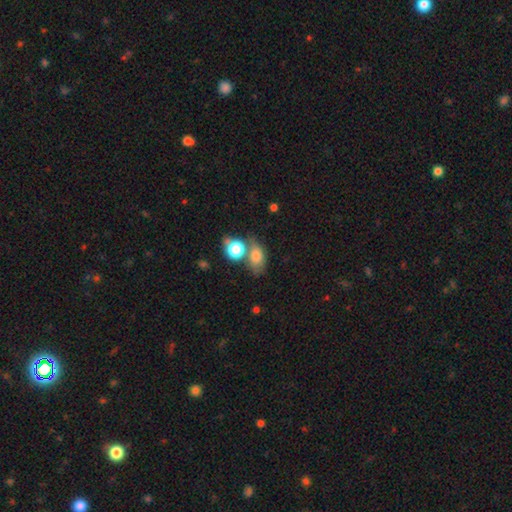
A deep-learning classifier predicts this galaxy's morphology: smooth-or-featured: smooth: 76% | featured or disk: 14% | star or artifact: 10%
  how-rounded: in between: 74% | round: 23% | cigar-shaped: 3%
  merging: merger: 39% | none: 38% | minor disturbance: 15% | major disturbance: 8%